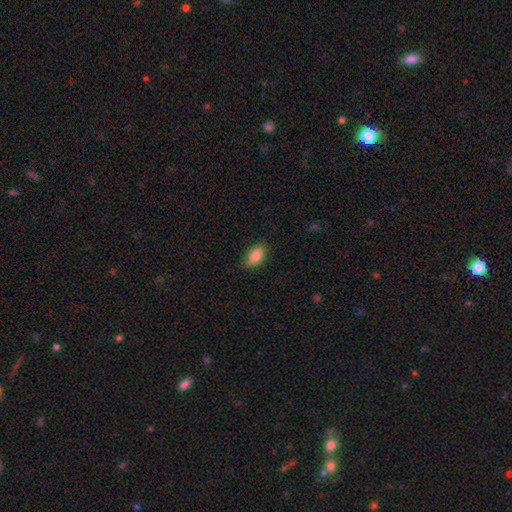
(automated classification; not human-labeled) A smooth galaxy with no disk features (86%) that is in between round and cigar-shaped (91%). Merging: none (84%).